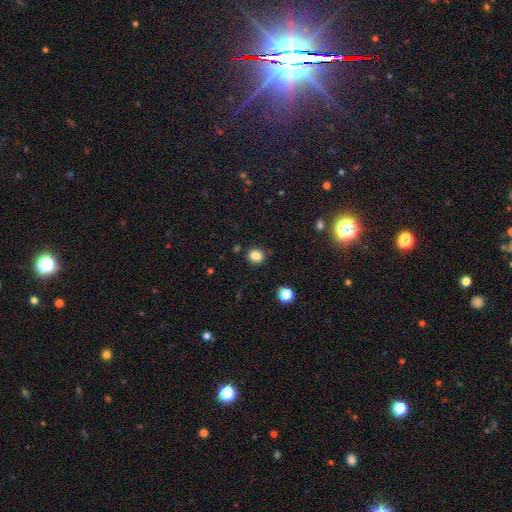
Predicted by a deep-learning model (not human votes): smooth-or-featured: smooth: 84% | star or artifact: 12% | featured or disk: 4%
  how-rounded: round: 68% | in between: 31% | cigar-shaped: 1%
  merging: none: 85% | minor disturbance: 10% | major disturbance: 3% | merger: 2%